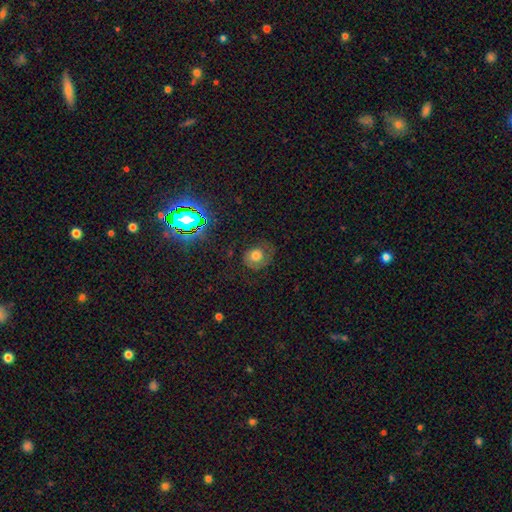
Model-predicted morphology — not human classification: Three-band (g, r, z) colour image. It shows a smooth galaxy with no disk features (47%). Merging: none (53%).